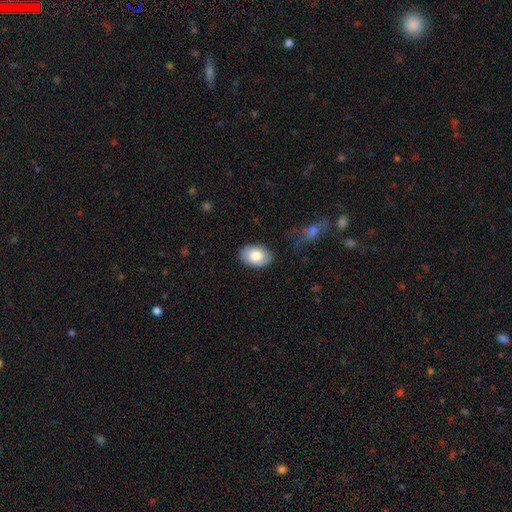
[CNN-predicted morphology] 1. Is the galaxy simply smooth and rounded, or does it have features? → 81% smooth, 13% featured or disk, 6% star or artifact.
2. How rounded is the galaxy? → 88% in between, 11% round, 1% cigar-shaped.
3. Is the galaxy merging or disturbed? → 83% none, 13% minor disturbance, 3% major disturbance, 1% merger.